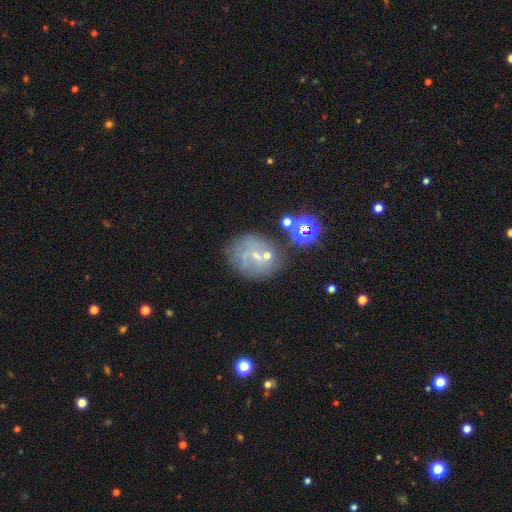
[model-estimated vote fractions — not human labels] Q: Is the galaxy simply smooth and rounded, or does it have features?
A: featured or disk — 44%.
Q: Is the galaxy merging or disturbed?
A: none — 56%.